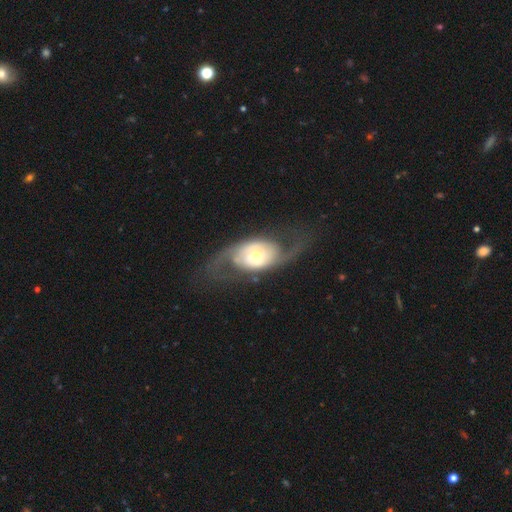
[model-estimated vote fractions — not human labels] This is likely a featured or disk galaxy (76%). It is clearly not viewed edge-on (93%). Bar: likely no (64%). Spiral arm pattern: clearly yes (83%). Spiral arm count: clearly 2 (88%). Spiral winding: possibly loose (56%). Central bulge: possibly moderate (57%). Merging: likely none (63%).